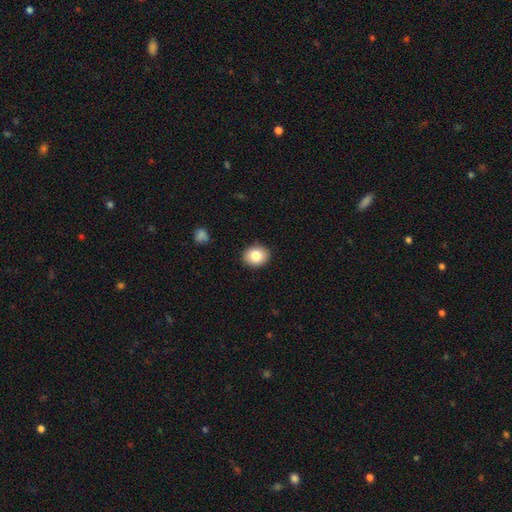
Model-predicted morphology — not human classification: smooth-or-featured: smooth: 83% | featured or disk: 9% | star or artifact: 8%
  how-rounded: round: 53% | in between: 46% | cigar-shaped: 1%
  merging: none: 90% | minor disturbance: 7% | major disturbance: 2% | merger: 1%